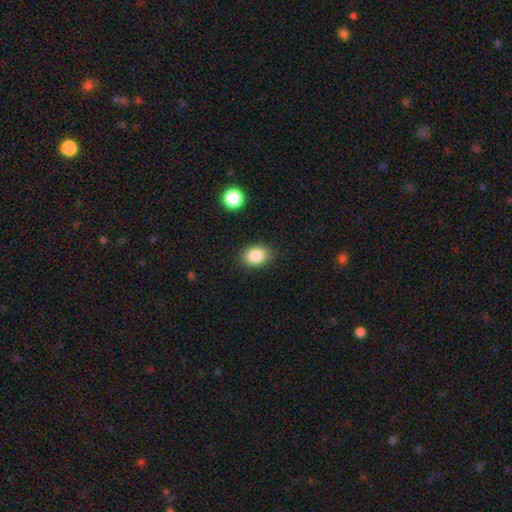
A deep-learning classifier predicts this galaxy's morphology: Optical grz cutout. It shows a smooth galaxy with no disk features (85%) that is in between round and cigar-shaped (63%). Merging: none (86%).